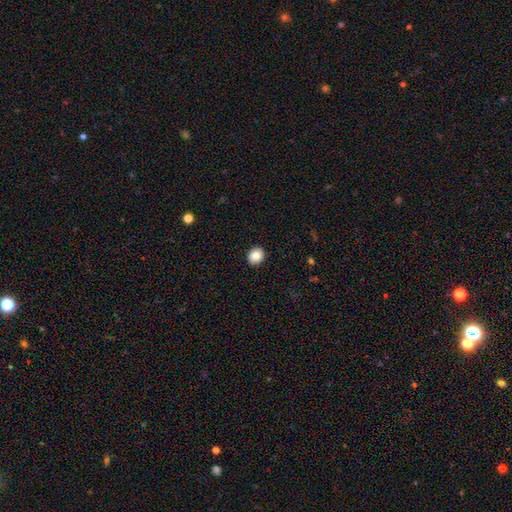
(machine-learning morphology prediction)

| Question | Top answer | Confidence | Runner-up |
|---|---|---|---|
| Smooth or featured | smooth | 86% | star or artifact (9%) |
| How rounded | round | 70% | in between (30%) |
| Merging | none | 92% | minor disturbance (6%) |